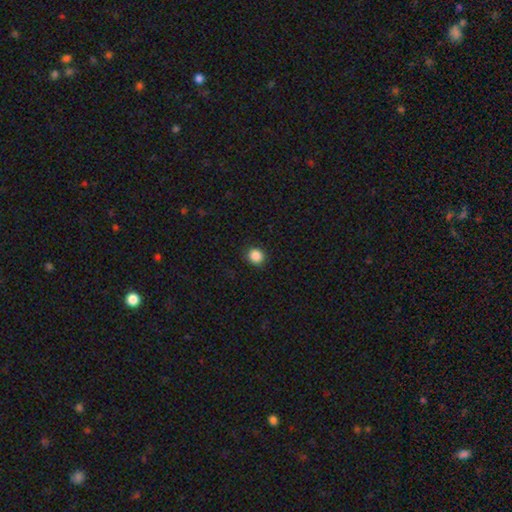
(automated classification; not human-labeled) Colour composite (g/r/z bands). It shows a smooth galaxy with no disk features (87%) that is round (86%). Merging: none (91%).